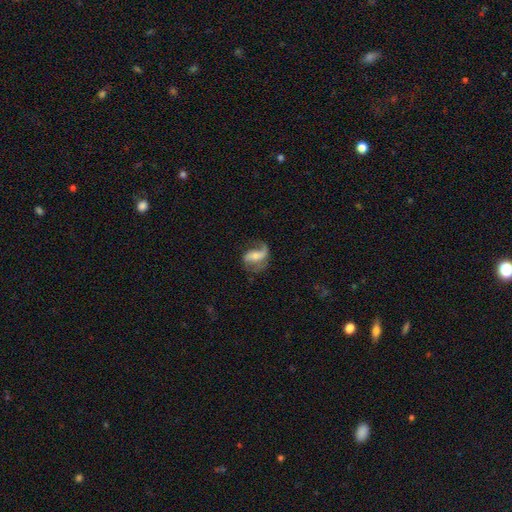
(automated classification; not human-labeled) smooth-or-featured: featured or disk: 73% | smooth: 20% | star or artifact: 7%
  disk-edge-on: no: 96% | yes: 4%
    bar: weak: 36% | no: 34% | strong: 30%
    has-spiral-arms: yes: 90% | no: 10%
      spiral-winding: loose: 58% | medium: 32% | tight: 10%
      spiral-arm-count: 2: 67% | 1: 26% | can't tell: 4% | 3: 1% | 4: 1% | more than 4: 1%
    bulge-size: moderate: 45% | small: 40% | none: 7% | large: 7% | dominant: 2%
  merging: none: 51% | major disturbance: 24% | minor disturbance: 23% | merger: 2%